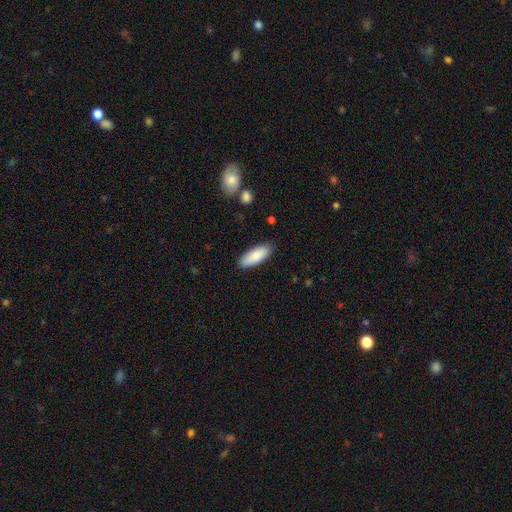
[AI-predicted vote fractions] Smooth or featured?
  - smooth: 86% *
  - featured or disk: 8%
  - star or artifact: 6%
How rounded?
  - in between: 73% *
  - cigar-shaped: 26%
  - round: 2%
Merging?
  - none: 87% *
  - minor disturbance: 10%
  - major disturbance: 2%
  - merger: 1%